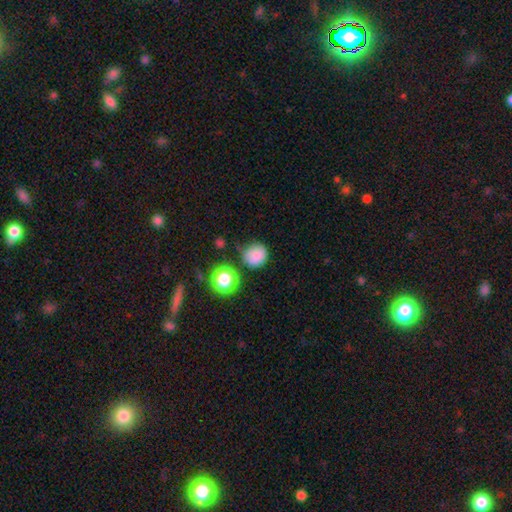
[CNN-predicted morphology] smooth-or-featured: smooth: 81% | star or artifact: 13% | featured or disk: 7%
  how-rounded: round: 84% | in between: 15% | cigar-shaped: 1%
  merging: none: 68% | minor disturbance: 20% | major disturbance: 6% | merger: 6%